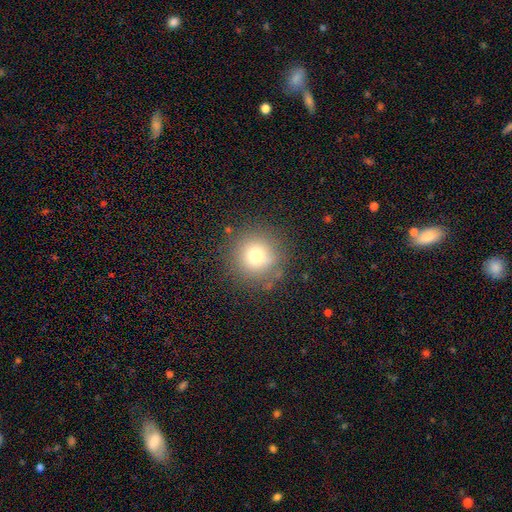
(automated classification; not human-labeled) Smooth or featured: smooth — 73% (star or artifact — 15%)
How rounded: round — 95% (in between — 4%)
Merging: none — 85% (minor disturbance — 9%)